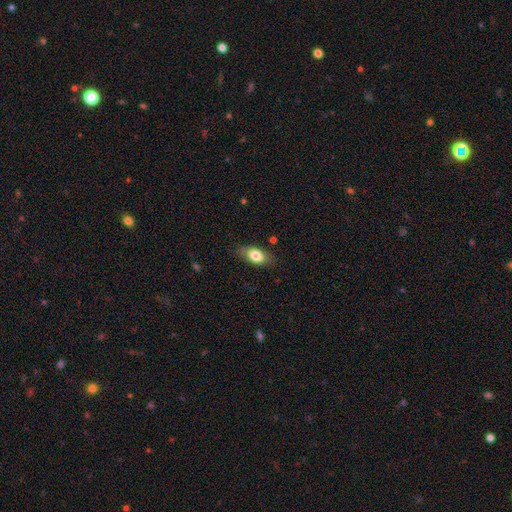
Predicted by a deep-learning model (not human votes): Smooth or featured?
  - smooth: 79% *
  - featured or disk: 14%
  - star or artifact: 7%
How rounded?
  - in between: 87% *
  - round: 7%
  - cigar-shaped: 6%
Merging?
  - none: 76% *
  - minor disturbance: 18%
  - major disturbance: 4%
  - merger: 1%